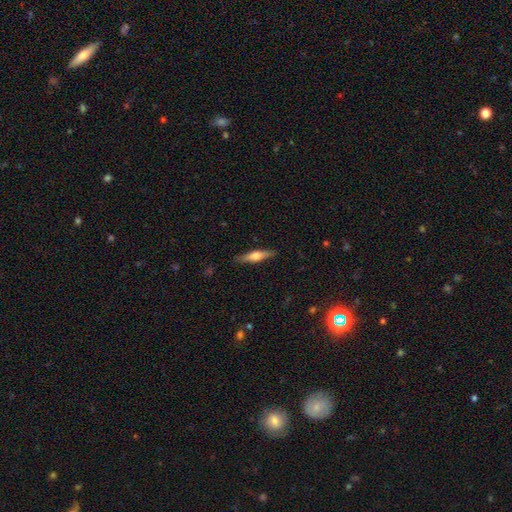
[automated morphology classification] featured or disk 47% (tied), smooth 47% (tied), star or artifact 6%. Down the decision tree: merging — none (88%).